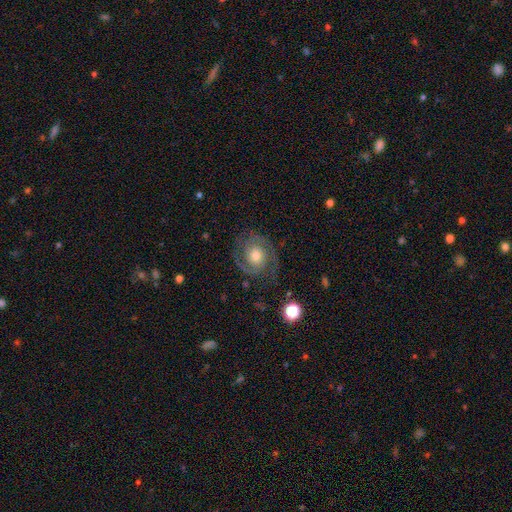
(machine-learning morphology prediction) Smooth or featured?
  - featured or disk: 86% *
  - smooth: 8%
  - star or artifact: 6%
Edge-on disk?
  - no: 98% *
  - yes: 2%
Bar?
  - no: 75% *
  - weak: 21%
  - strong: 5%
Spiral arms?
  - yes: 97% *
  - no: 3%
Spiral winding?
  - tight: 50% *
  - medium: 41%
  - loose: 9%
Spiral arm count?
  - 2: 87% *
  - can't tell: 5%
  - 3: 3%
  - 1: 2%
  - 4: 1%
  - more than 4: 1%
Bulge size?
  - moderate: 66% *
  - small: 21%
  - large: 10%
  - none: 2%
  - dominant: 1%
Merging?
  - none: 79% *
  - minor disturbance: 13%
  - major disturbance: 7%
  - merger: 1%